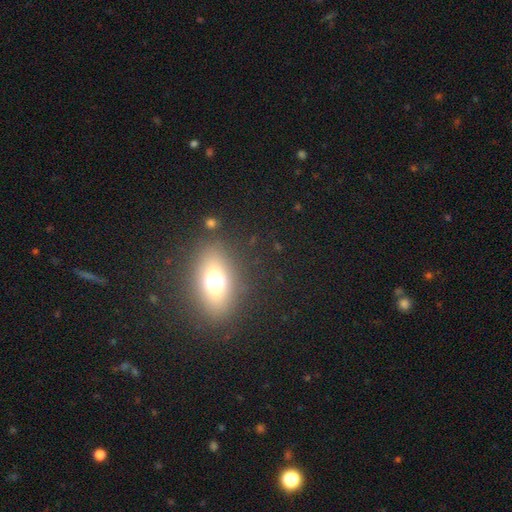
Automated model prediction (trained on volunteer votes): A smooth galaxy with no disk features (55%) that is in between round and cigar-shaped (73%).

Vote fractions:
- Smooth or featured? smooth: 55% / featured or disk: 26% / star or artifact: 18%
- How rounded? in between: 73% / round: 14% / cigar-shaped: 12%
- Merging? none: 87% / minor disturbance: 8% / major disturbance: 3% / merger: 2%